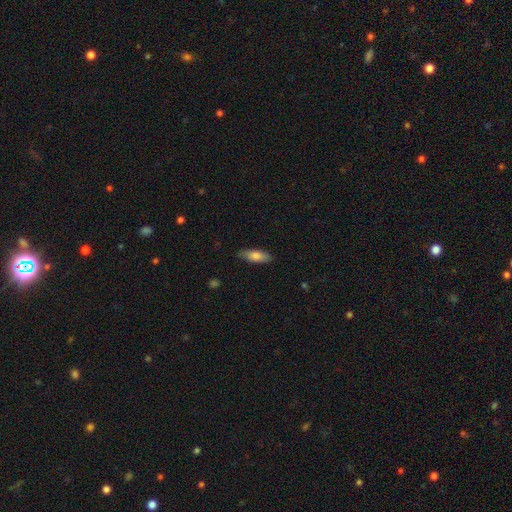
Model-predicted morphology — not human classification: This appears to be a smooth galaxy with no disk features (79%) that is in between round and cigar-shaped (67%). Merging: none (84%).